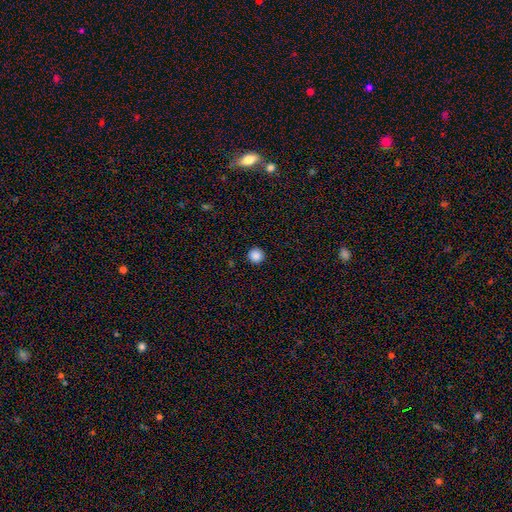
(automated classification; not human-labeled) smooth_or_featured: smooth (p=0.87) [alt: star or artifact p=0.10]
how_rounded: round (p=0.96) [alt: in between p=0.03]
merging: none (p=0.93) [alt: minor disturbance p=0.04]